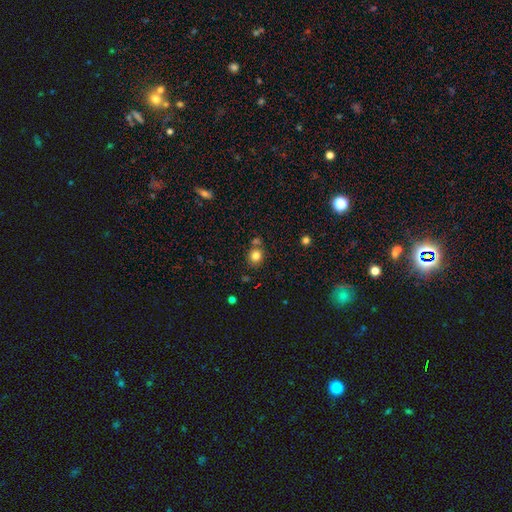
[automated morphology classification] smooth_or_featured: smooth (p=0.81) [alt: star or artifact p=0.12]
how_rounded: round (p=0.76) [alt: in between p=0.23]
merging: none (p=0.70) [alt: merger p=0.15]